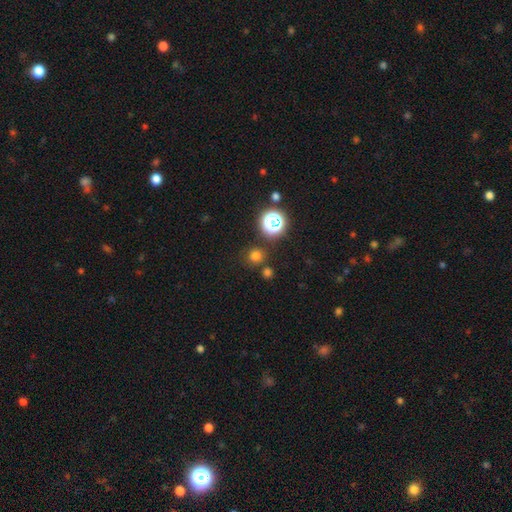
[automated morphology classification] A smooth galaxy with no disk features (71%) that is round (91%).

Vote fractions:
- Smooth or featured? smooth: 71% / star or artifact: 24% / featured or disk: 5%
- How rounded? round: 91% / in between: 8% / cigar-shaped: 1%
- Merging? none: 80% / merger: 9% / minor disturbance: 8% / major disturbance: 3%